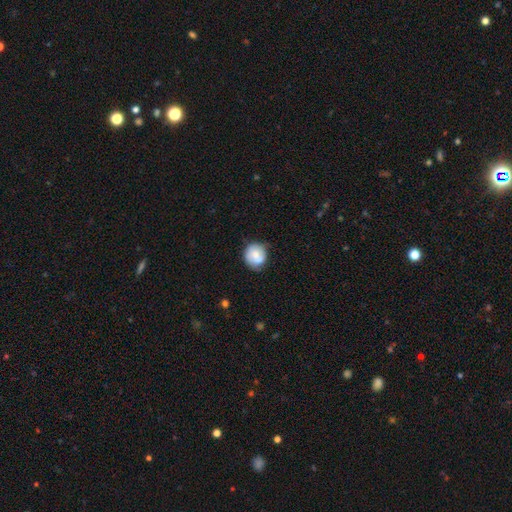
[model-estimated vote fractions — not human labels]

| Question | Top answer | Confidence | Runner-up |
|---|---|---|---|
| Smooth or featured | smooth | 55% | featured or disk (37%) |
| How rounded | round | 82% | in between (17%) |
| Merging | none | 62% | minor disturbance (24%) |